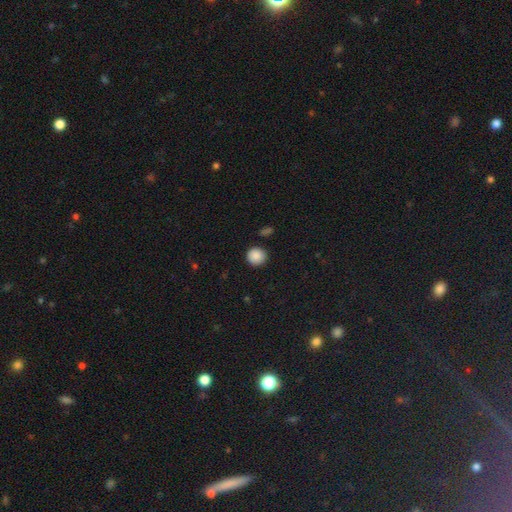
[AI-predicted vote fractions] smooth_or_featured: smooth (p=0.88) [alt: star or artifact p=0.09]
how_rounded: round (p=0.94) [alt: in between p=0.05]
merging: none (p=0.90) [alt: minor disturbance p=0.06]